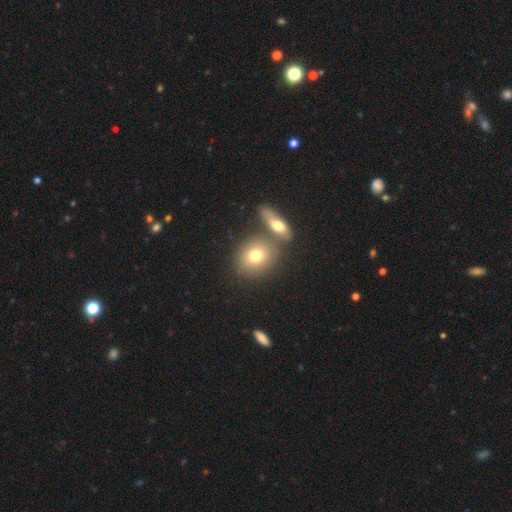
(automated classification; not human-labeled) The model was most divided on "how rounded": round: 62%, in between: 36%, cigar-shaped: 2%. More confident: smooth or featured — smooth (73%); merging — none (56%).